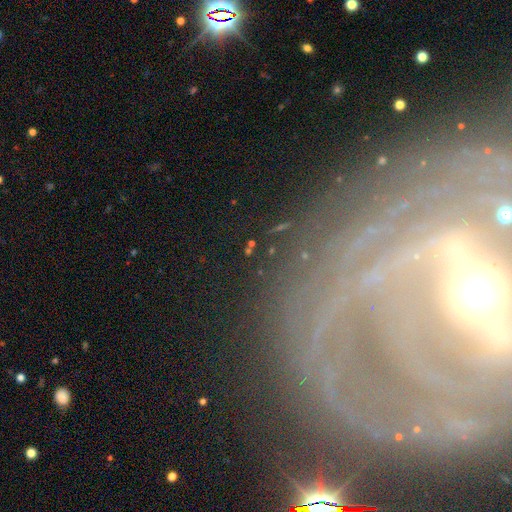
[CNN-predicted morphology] The model was most divided on "spiral arm count": can't tell: 29%, 2: 28%, 3: 14%, 4: 10%, more than 4: 10%, 1: 10%. Remaining: edge-on disk — no (90%); spiral arms — yes (79%); smooth or featured — featured or disk (77%); merging — none (75%); spiral winding — tight (62%); bulge size — moderate (53%); bar — strong (49%).